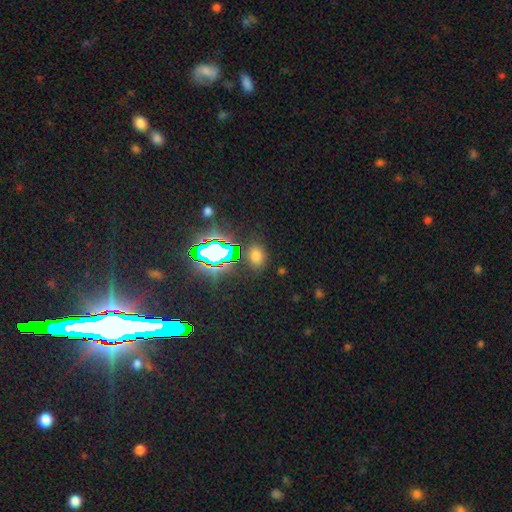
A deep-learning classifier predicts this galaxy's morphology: A smooth galaxy with no disk features (60%) that is in between round and cigar-shaped (67%). Merging: none (83%).